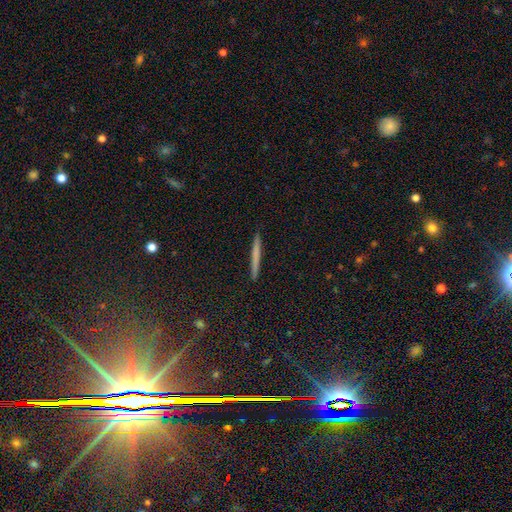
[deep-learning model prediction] smooth_or_featured: smooth (p=0.61) [alt: featured or disk p=0.31]
how_rounded: cigar-shaped (p=0.96) [alt: in between p=0.02]
merging: none (p=0.92) [alt: minor disturbance p=0.05]